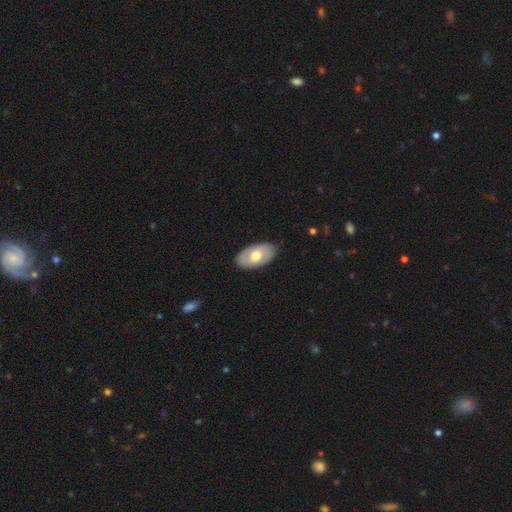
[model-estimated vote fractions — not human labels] smooth_or_featured: smooth (p=0.57) [alt: featured or disk p=0.38]
how_rounded: in between (p=0.94) [alt: round p=0.05]
merging: none (p=0.85) [alt: minor disturbance p=0.12]